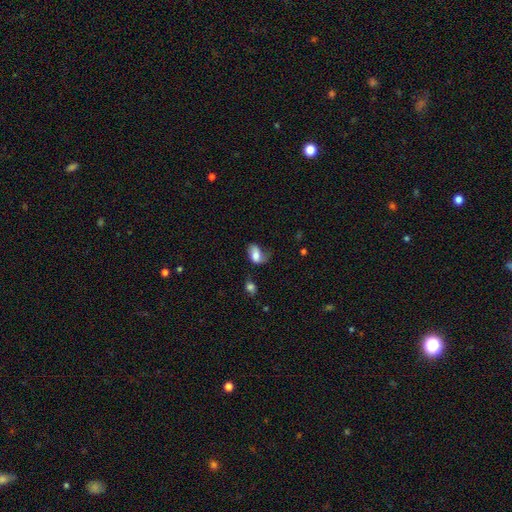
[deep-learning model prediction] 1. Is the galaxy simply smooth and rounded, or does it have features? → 64% smooth, 27% featured or disk, 8% star or artifact.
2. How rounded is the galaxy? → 87% in between, 10% round, 2% cigar-shaped.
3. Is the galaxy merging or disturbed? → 35% none, 33% minor disturbance, 26% major disturbance, 6% merger.